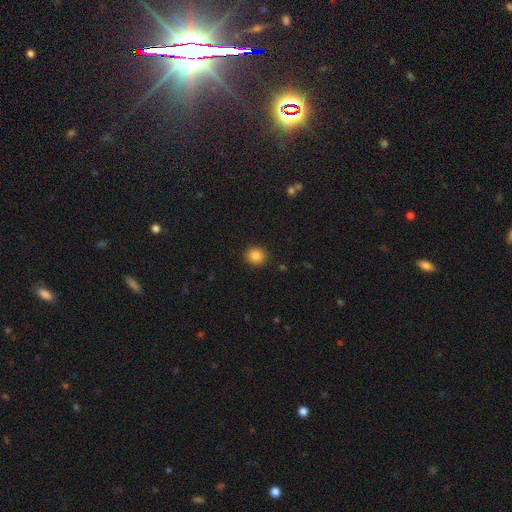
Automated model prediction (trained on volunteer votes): This appears to be a smooth galaxy with no disk features (86%) that is round (85%). Merging: none (91%).